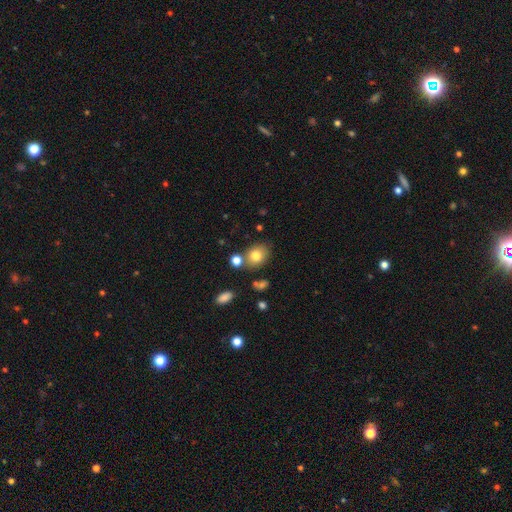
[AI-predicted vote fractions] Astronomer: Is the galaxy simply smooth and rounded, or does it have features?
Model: smooth — 79%.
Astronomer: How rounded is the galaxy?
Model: in between — 52% (runner-up: round, 47%).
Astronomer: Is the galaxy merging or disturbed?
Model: none — 70%.